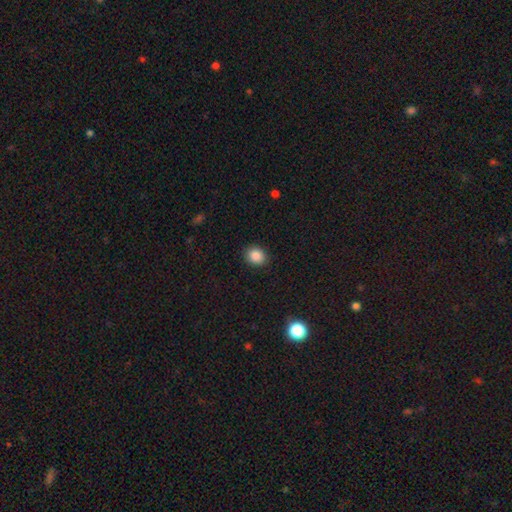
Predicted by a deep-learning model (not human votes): smooth-or-featured: smooth: 87% | star or artifact: 9% | featured or disk: 3%
  how-rounded: round: 63% | in between: 36% | cigar-shaped: 1%
  merging: none: 90% | minor disturbance: 7% | major disturbance: 2% | merger: 1%